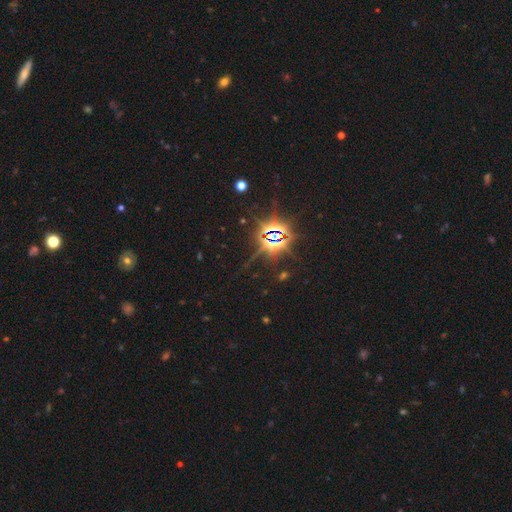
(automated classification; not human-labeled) The model was most divided on "smooth or featured": star or artifact: 85%, smooth: 9%, featured or disk: 7%.